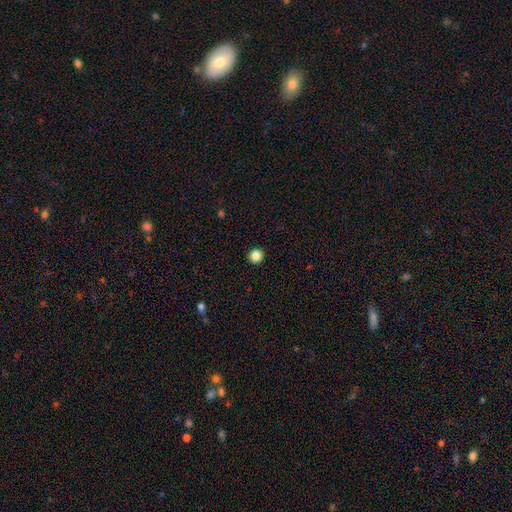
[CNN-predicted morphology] Smooth or featured: smooth — 85% (star or artifact — 11%)
How rounded: round — 94% (in between — 5%)
Merging: none — 93% (minor disturbance — 4%)